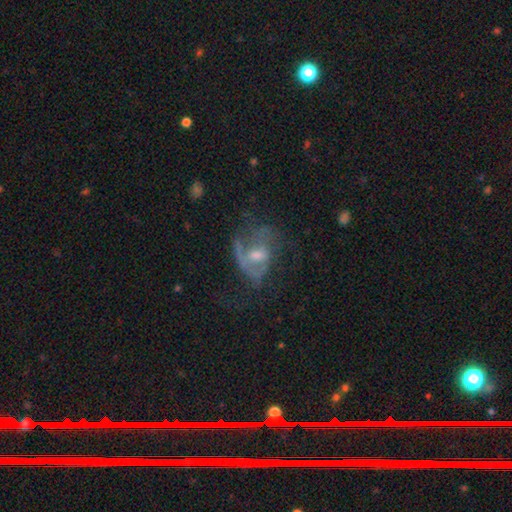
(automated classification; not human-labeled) The model was most divided on "merging": major disturbance: 44%, none: 31%, minor disturbance: 21%, merger: 4%. More confident: edge-on disk — no (97%); smooth or featured — featured or disk (65%); spiral arms — yes (58%); bulge size — moderate (54%); bar — no (54%).